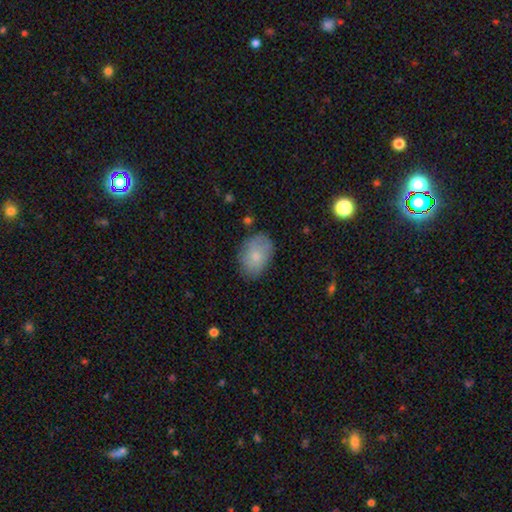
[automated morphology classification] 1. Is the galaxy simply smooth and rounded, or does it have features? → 74% smooth, 19% featured or disk, 7% star or artifact.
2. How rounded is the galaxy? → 83% in between, 16% round, 1% cigar-shaped.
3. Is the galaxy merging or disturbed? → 78% none, 17% minor disturbance, 4% major disturbance, 2% merger.